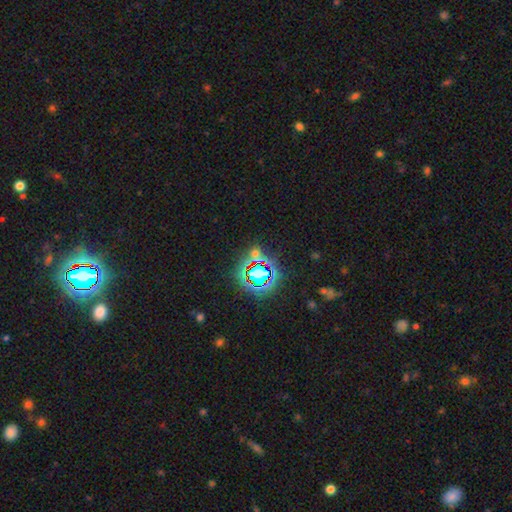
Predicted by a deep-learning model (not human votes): Smooth or featured?
  - star or artifact: 74% *
  - smooth: 18%
  - featured or disk: 9%